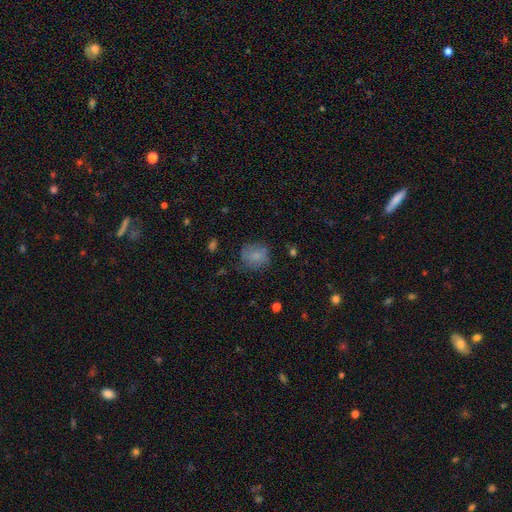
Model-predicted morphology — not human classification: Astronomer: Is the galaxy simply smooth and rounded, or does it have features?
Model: smooth — 72%.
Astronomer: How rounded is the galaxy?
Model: round — 64%.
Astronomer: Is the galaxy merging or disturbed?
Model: none — 62%.